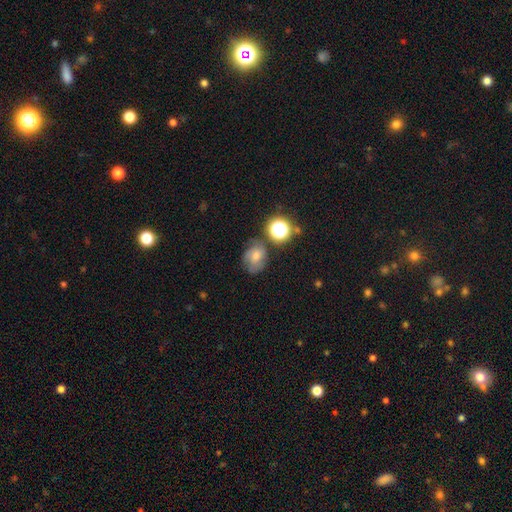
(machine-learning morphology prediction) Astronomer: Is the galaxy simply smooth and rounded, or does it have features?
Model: smooth — 43% (runner-up: featured or disk, 29%).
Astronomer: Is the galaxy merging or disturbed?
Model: none — 69%.